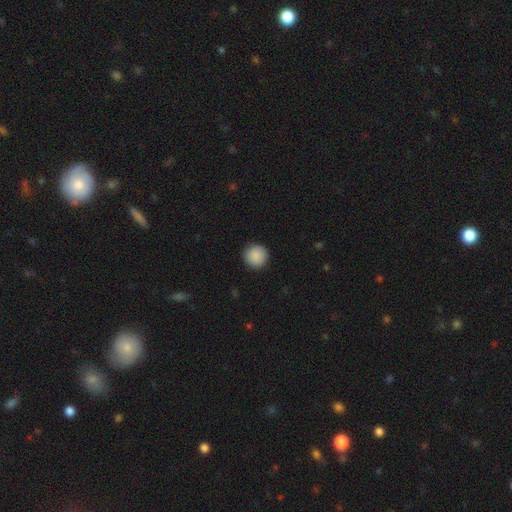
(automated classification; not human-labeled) A smooth galaxy with no disk features (90%) that is round (95%).

Vote fractions:
- Smooth or featured? smooth: 90% / star or artifact: 7% / featured or disk: 3%
- How rounded? round: 95% / in between: 4% / cigar-shaped: 1%
- Merging? none: 91% / minor disturbance: 6% / major disturbance: 2% / merger: 1%